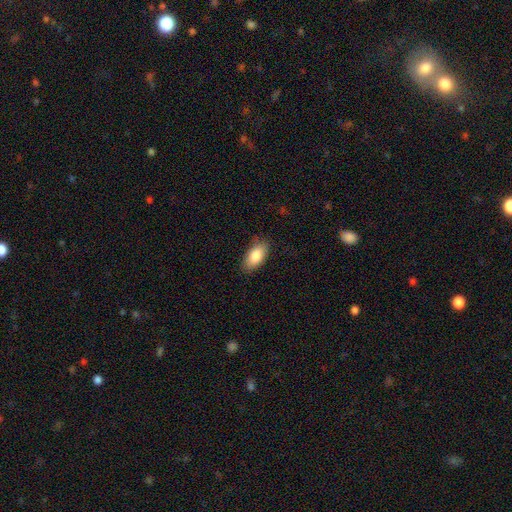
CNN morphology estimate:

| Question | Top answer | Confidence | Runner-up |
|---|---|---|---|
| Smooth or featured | smooth | 86% | featured or disk (8%) |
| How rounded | in between | 92% | cigar-shaped (5%) |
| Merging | none | 83% | minor disturbance (13%) |